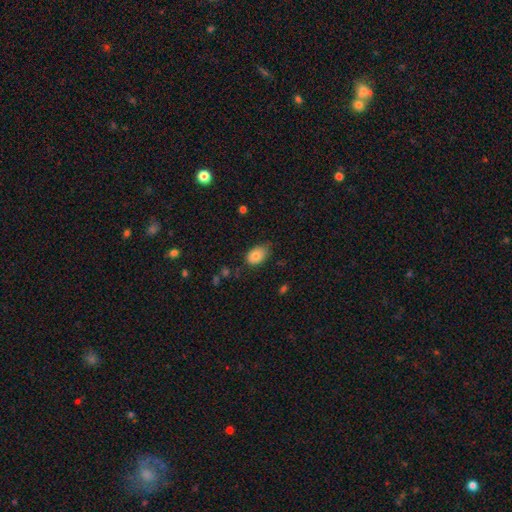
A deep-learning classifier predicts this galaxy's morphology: smooth-or-featured: smooth: 81% | featured or disk: 10% | star or artifact: 9%
  how-rounded: in between: 83% | round: 16% | cigar-shaped: 1%
  merging: none: 60% | minor disturbance: 32% | major disturbance: 6% | merger: 2%